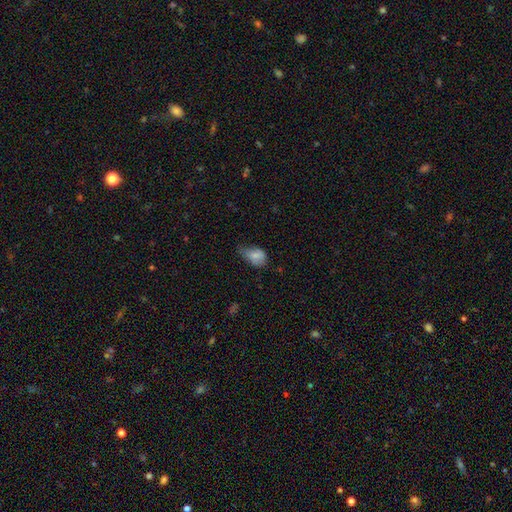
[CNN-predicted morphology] smooth-or-featured: smooth: 77% | featured or disk: 14% | star or artifact: 9%
  how-rounded: in between: 84% | round: 14% | cigar-shaped: 2%
  merging: minor disturbance: 47% | none: 30% | major disturbance: 20% | merger: 3%